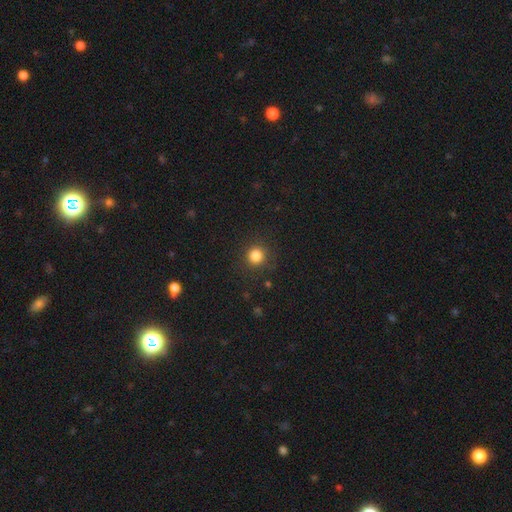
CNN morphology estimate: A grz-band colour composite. It shows a smooth galaxy with no disk features (83%) that is round (93%). Merging: none (89%).